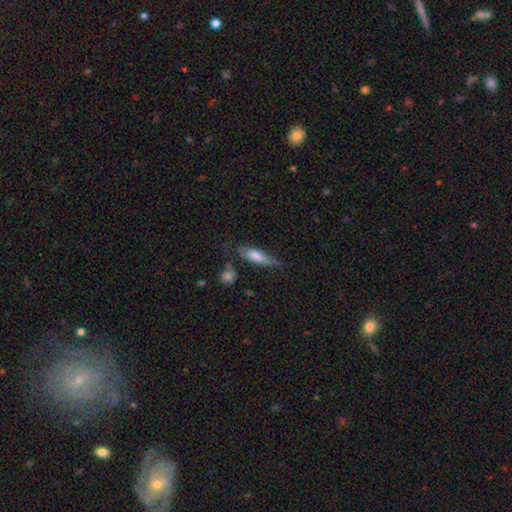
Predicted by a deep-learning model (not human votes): Smooth or featured: smooth — 67% (featured or disk — 26%)
How rounded: cigar-shaped — 53% (in between — 45%)
Merging: none — 51% (minor disturbance — 30%)